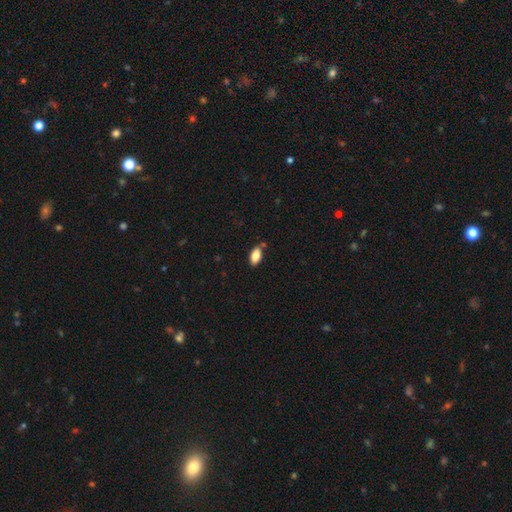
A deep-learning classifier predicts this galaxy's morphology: The model was most divided on "merging": none: 80%, minor disturbance: 13%, merger: 5%, major disturbance: 2%. More confident: how rounded — in between (93%); smooth or featured — smooth (84%).